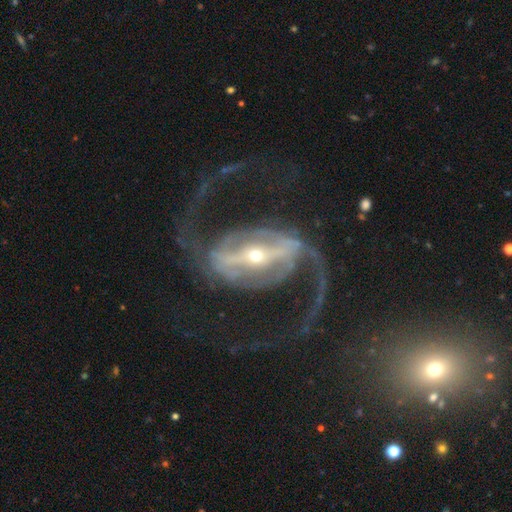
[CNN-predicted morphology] This is clearly a featured or disk galaxy (93%). It is clearly not viewed edge-on (97%). Bar: likely strong (77%). Spiral arm pattern: clearly yes (97%). Spiral arm count: clearly 2 (92%). Spiral winding: possibly medium (53%). Central bulge: likely small (71%). Merging: likely none (71%).